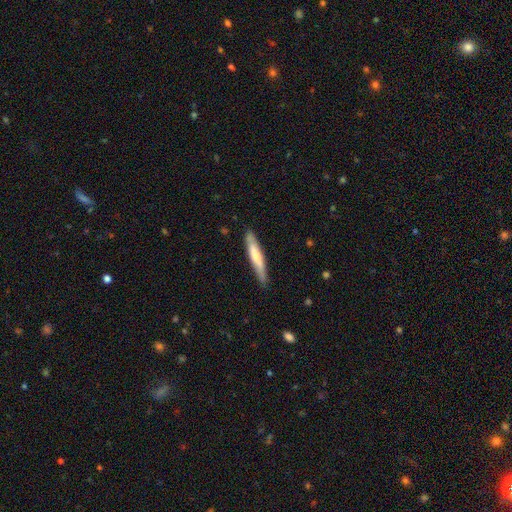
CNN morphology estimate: The model was most divided on "smooth or featured": smooth: 62%, featured or disk: 33%, star or artifact: 5%. More confident: how rounded — cigar-shaped (92%); merging — none (84%).